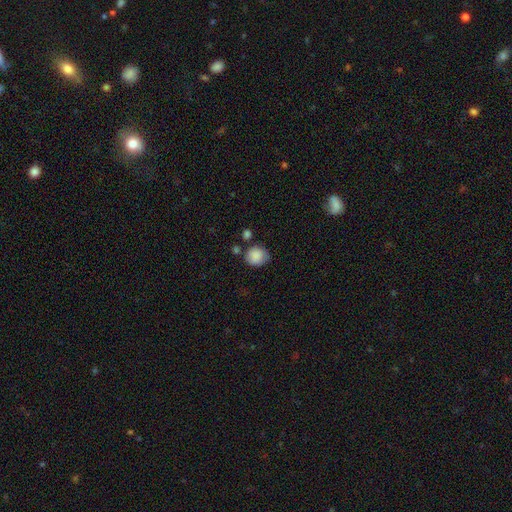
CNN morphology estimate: The model was most divided on "merging": none: 61%, minor disturbance: 24%, merger: 9%, major disturbance: 6%. More confident: smooth or featured — smooth (86%); how rounded — round (74%).